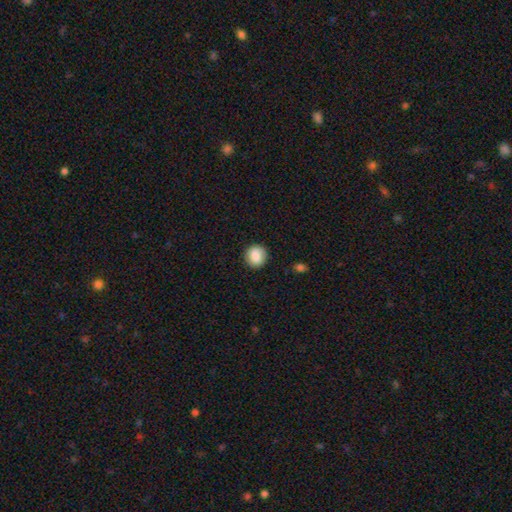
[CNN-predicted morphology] smooth_or_featured: smooth (p=0.83) [alt: featured or disk p=0.09]
how_rounded: round (p=0.87) [alt: in between p=0.12]
merging: none (p=0.87) [alt: minor disturbance p=0.09]